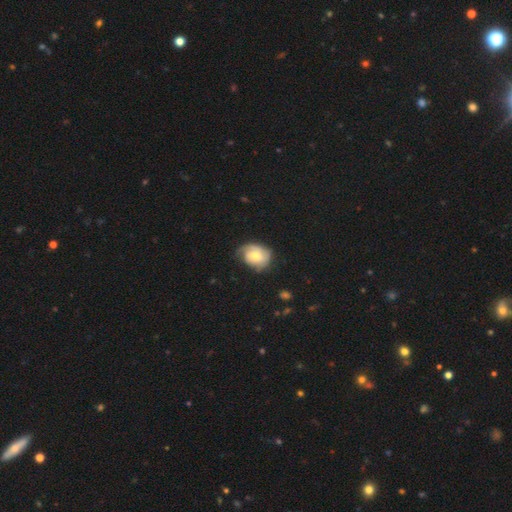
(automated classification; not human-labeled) The model was most divided on "smooth or featured": featured or disk: 52%, smooth: 41%, star or artifact: 6%. More confident: edge-on disk — no (96%); spiral arms — yes (85%); bar — no (67%); bulge size — moderate (59%); merging — none (55%).